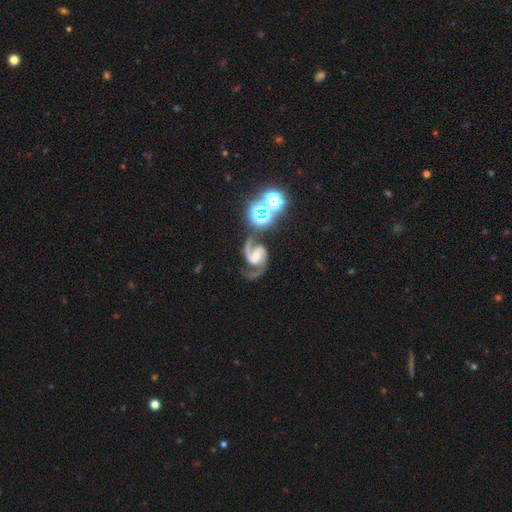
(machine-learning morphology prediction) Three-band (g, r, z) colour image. It shows a featured or disk galaxy (88%) with a weak bar (43%), 2 (92%) medium (61%) spiral arms (98%) and a moderate central bulge (46%). Merging: none (61%).